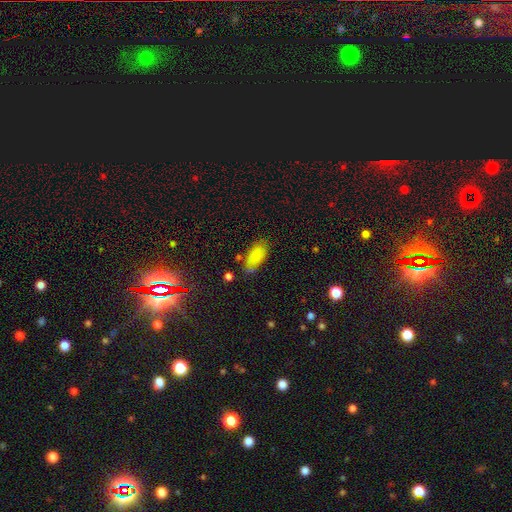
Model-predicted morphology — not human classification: smooth_or_featured: smooth (p=0.83) [alt: star or artifact p=0.10]
how_rounded: in between (p=0.90) [alt: cigar-shaped p=0.07]
merging: none (p=0.69) [alt: minor disturbance p=0.21]